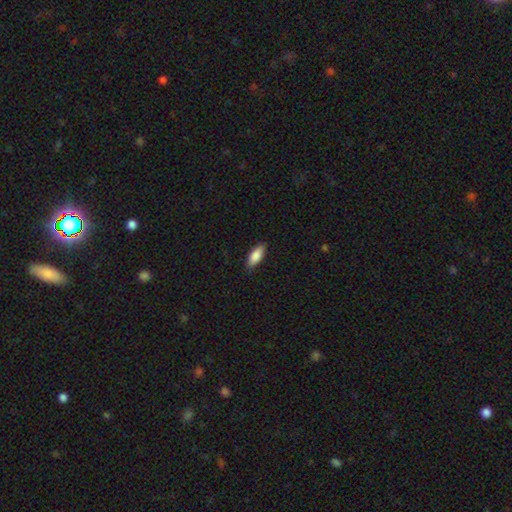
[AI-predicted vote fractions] Smooth or featured? smooth (86%)
How rounded? in between (78%)
Merging? none (85%)